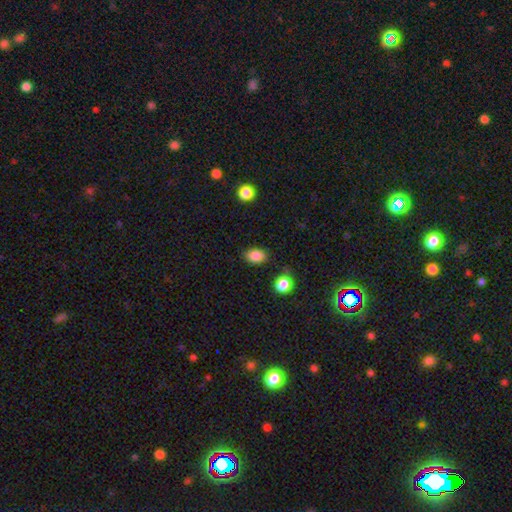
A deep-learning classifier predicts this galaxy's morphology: Q: Smooth or featured?
A: smooth (86%); runner-up: star or artifact (10%)
Q: How rounded?
A: in between (80%); runner-up: round (19%)
Q: Merging?
A: none (83%); runner-up: minor disturbance (12%)